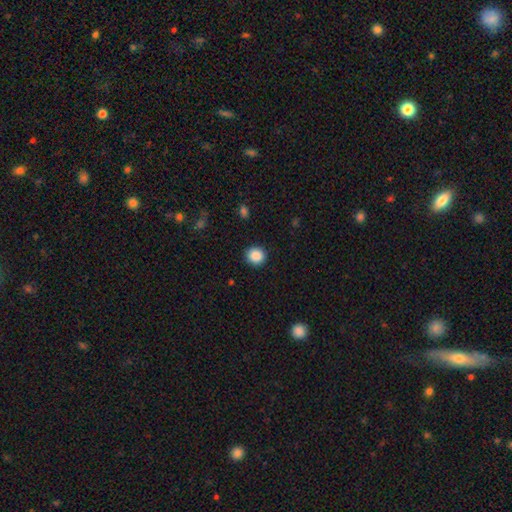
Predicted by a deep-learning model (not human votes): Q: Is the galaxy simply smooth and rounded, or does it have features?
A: smooth — 89%.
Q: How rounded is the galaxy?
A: round — 90%.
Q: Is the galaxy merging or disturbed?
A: none — 92%.